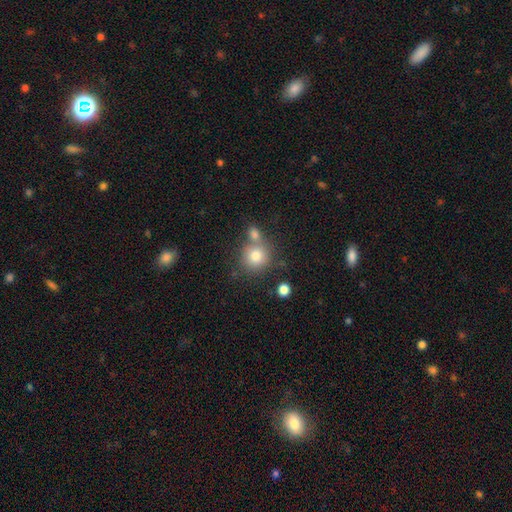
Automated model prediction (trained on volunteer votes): The model was most divided on "merging": none: 57%, merger: 30%, minor disturbance: 10%, major disturbance: 4%. More confident: how rounded — round (89%); smooth or featured — smooth (78%).